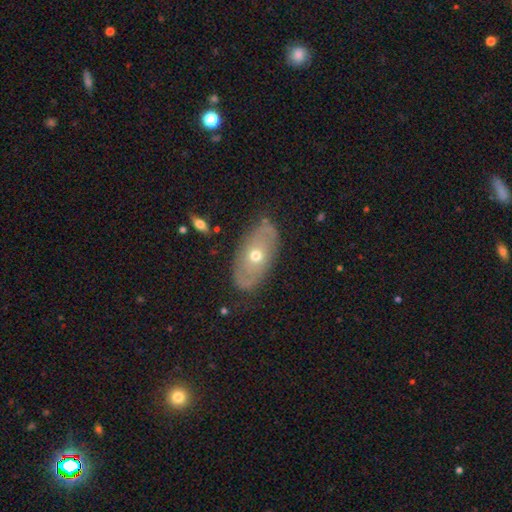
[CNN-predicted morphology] A featured or disk galaxy (54%). Merging: none (81%).